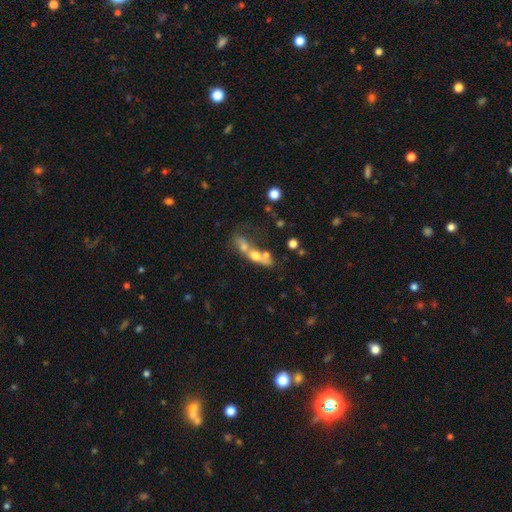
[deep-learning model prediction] A smooth galaxy with no disk features (53%) that is in between round and cigar-shaped (46%).

Vote fractions:
- Smooth or featured? smooth: 53% / featured or disk: 34% / star or artifact: 14%
- How rounded? in between: 46% / cigar-shaped: 27% / round: 27%
- Merging? merger: 63% / none: 18% / major disturbance: 10% / minor disturbance: 8%